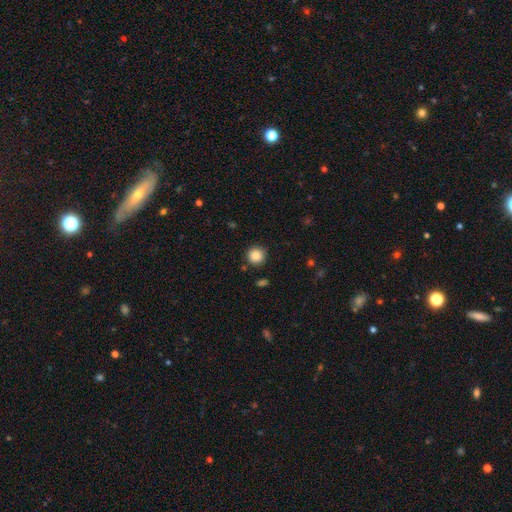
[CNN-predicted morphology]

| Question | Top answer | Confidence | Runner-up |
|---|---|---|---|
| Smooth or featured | smooth | 87% | star or artifact (9%) |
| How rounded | round | 94% | in between (5%) |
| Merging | none | 89% | minor disturbance (7%) |